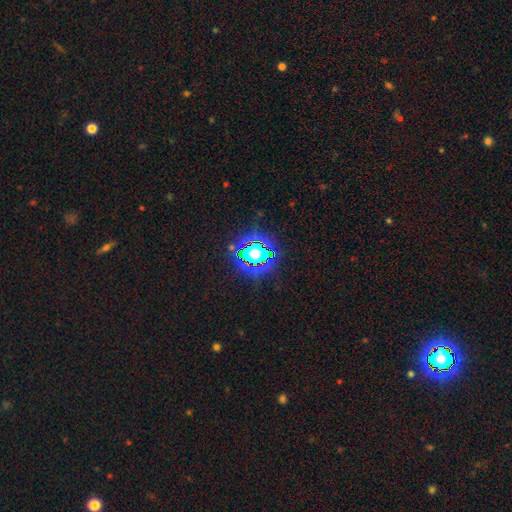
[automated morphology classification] smooth_or_featured: star or artifact (p=0.77) [alt: smooth p=0.15]